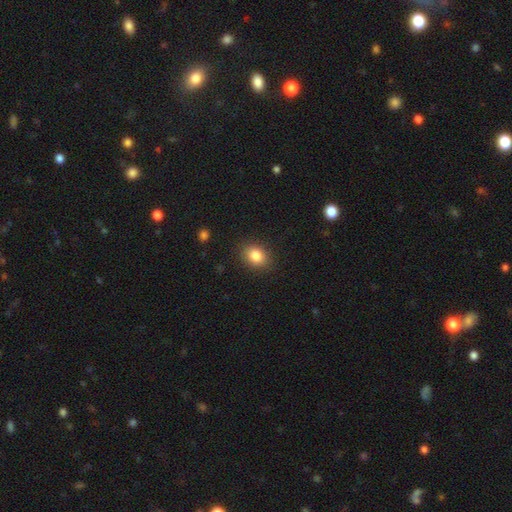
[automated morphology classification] smooth-or-featured: smooth: 84% | star or artifact: 9% | featured or disk: 6%
  how-rounded: in between: 59% | round: 40% | cigar-shaped: 1%
  merging: none: 87% | minor disturbance: 9% | major disturbance: 3% | merger: 1%